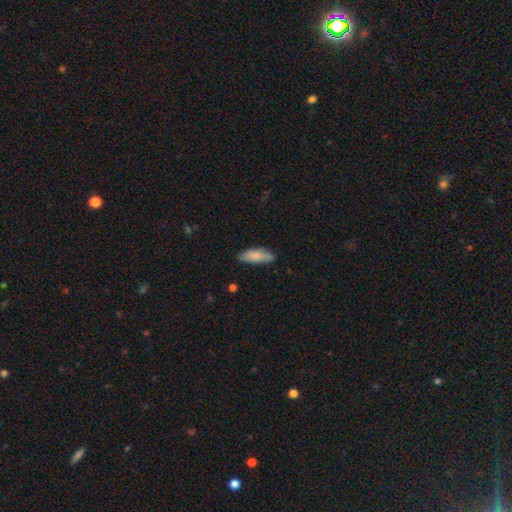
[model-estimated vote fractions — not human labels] A smooth galaxy with no disk features (82%) that is in between round and cigar-shaped (65%). Merging: none (76%).